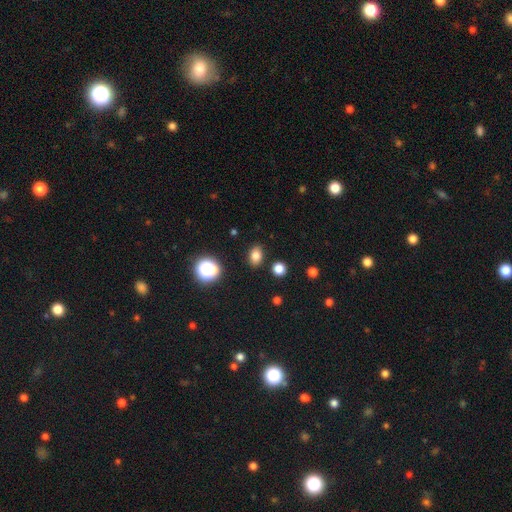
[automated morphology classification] Overall: smooth (79%). How rounded: in between (76%). Merging: none (86%).